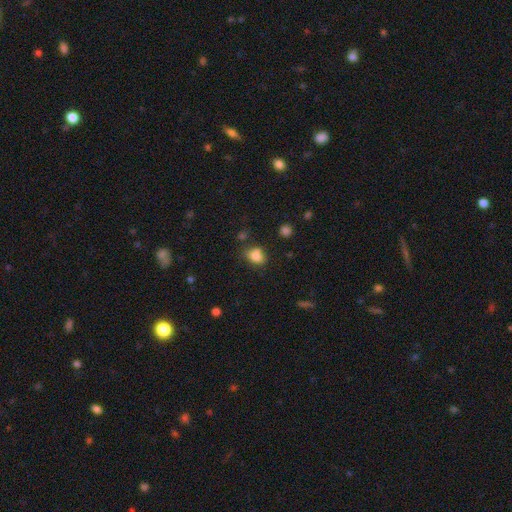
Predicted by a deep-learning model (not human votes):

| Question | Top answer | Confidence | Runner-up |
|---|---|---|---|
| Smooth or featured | smooth | 81% | star or artifact (12%) |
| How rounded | in between | 65% | round (34%) |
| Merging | none | 56% | minor disturbance (24%) |